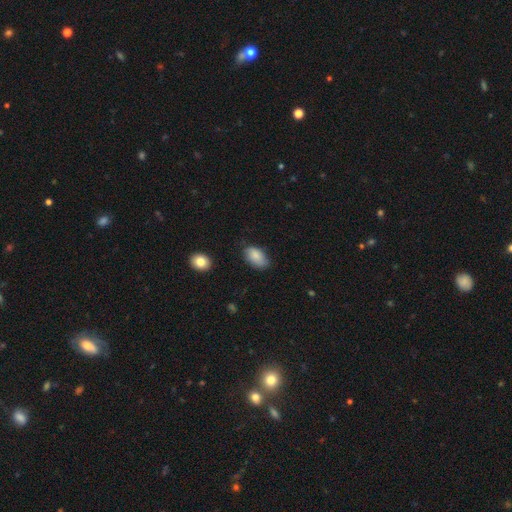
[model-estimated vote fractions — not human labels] This appears to be a smooth galaxy with no disk features (85%) that is in between round and cigar-shaped (93%). Merging: none (69%).